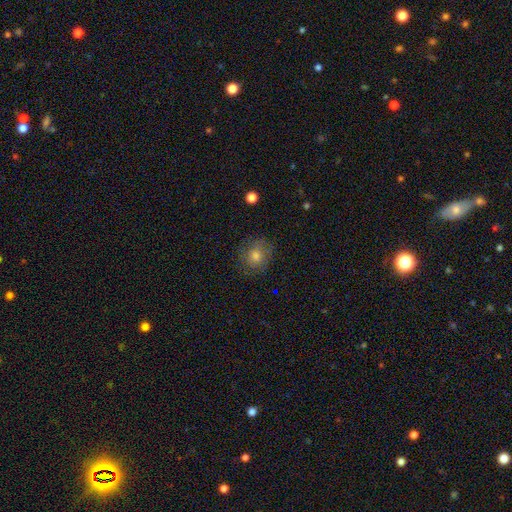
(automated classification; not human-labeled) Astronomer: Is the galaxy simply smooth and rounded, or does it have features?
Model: smooth — 65%.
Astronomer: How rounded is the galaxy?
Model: round — 81%.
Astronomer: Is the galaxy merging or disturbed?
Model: none — 80%.